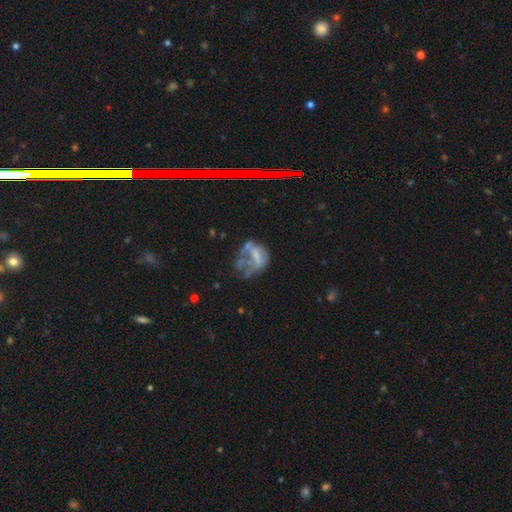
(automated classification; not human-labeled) This appears to be a featured or disk galaxy (51%) with no bar (75%), no spiral arms (87%) and no central bulge (65%). Merging: major disturbance (41%).